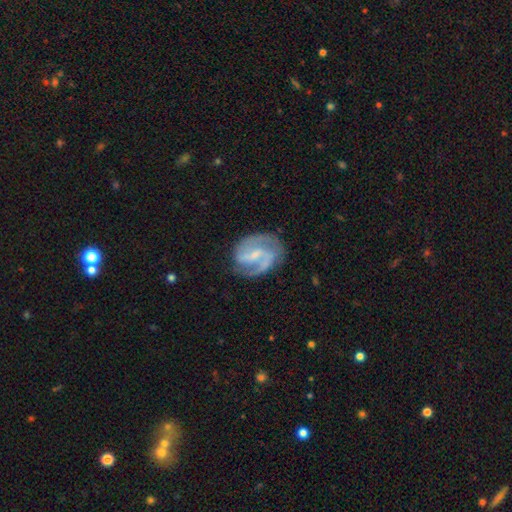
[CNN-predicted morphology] Q: Smooth or featured?
A: featured or disk (88%); runner-up: smooth (8%)
Q: Edge-on disk?
A: no (98%); runner-up: yes (2%)
Q: Bar?
A: weak (49%); runner-up: strong (32%)
Q: Spiral arms?
A: yes (96%); runner-up: no (4%)
Q: Spiral winding?
A: medium (55%); runner-up: tight (24%)
Q: Spiral arm count?
A: 2 (88%); runner-up: can't tell (4%)
Q: Bulge size?
A: small (60%); runner-up: moderate (23%)
Q: Merging?
A: none (74%); runner-up: minor disturbance (17%)